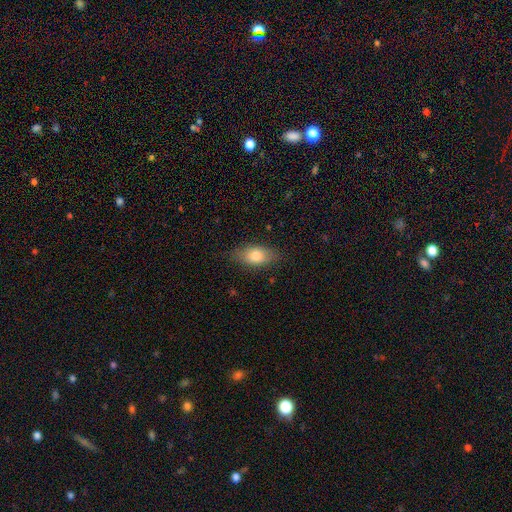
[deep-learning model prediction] Smooth or featured: smooth — 78% (featured or disk — 15%)
How rounded: in between — 87% (cigar-shaped — 7%)
Merging: none — 83% (minor disturbance — 13%)